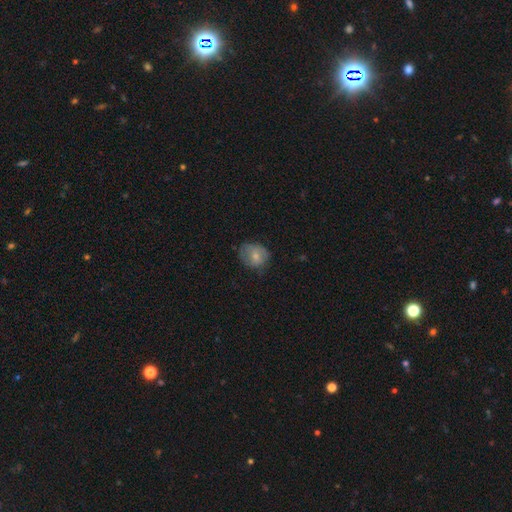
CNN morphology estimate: smooth-or-featured: smooth: 70% | featured or disk: 22% | star or artifact: 8%
  how-rounded: round: 58% | in between: 41% | cigar-shaped: 1%
  merging: none: 58% | minor disturbance: 30% | major disturbance: 10% | merger: 1%